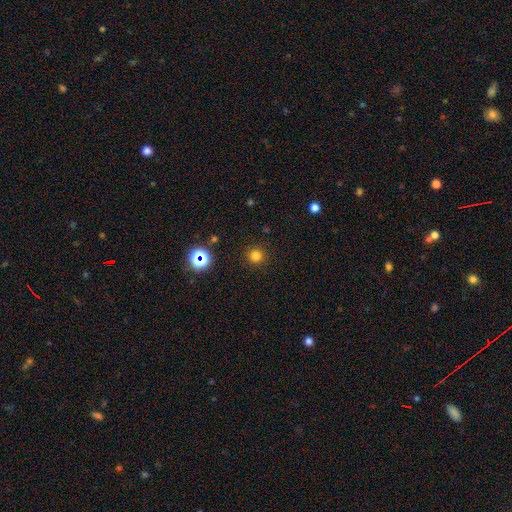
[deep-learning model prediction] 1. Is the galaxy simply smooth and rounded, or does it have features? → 78% smooth, 18% star or artifact, 5% featured or disk.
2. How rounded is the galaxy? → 95% round, 4% in between, 1% cigar-shaped.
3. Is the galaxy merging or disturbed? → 91% none, 6% minor disturbance, 2% major disturbance, 1% merger.